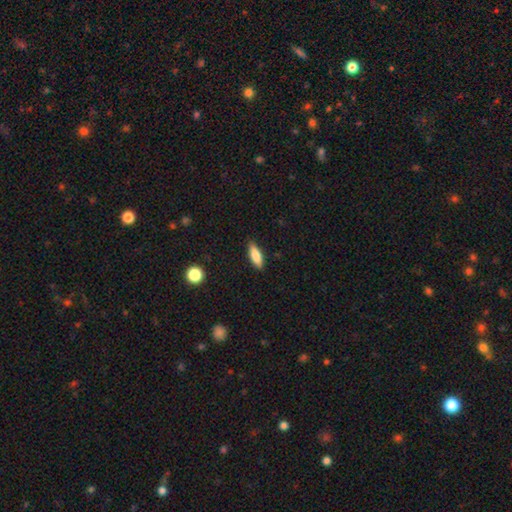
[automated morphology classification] This is likely a smooth galaxy (77%). How rounded: possibly in between (54%). Merging: clearly none (86%).